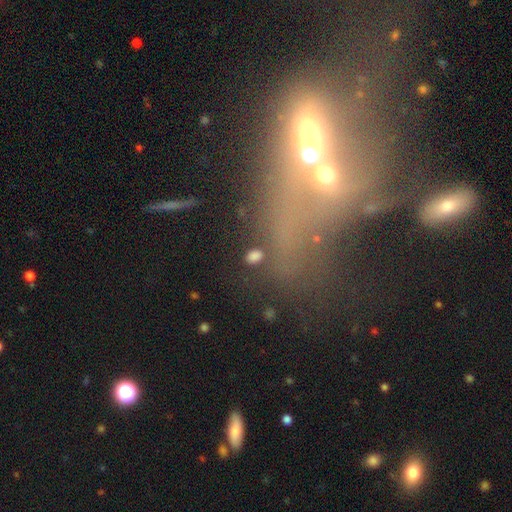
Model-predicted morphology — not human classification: Smooth or featured? smooth (47%)
Merging? none (61%)